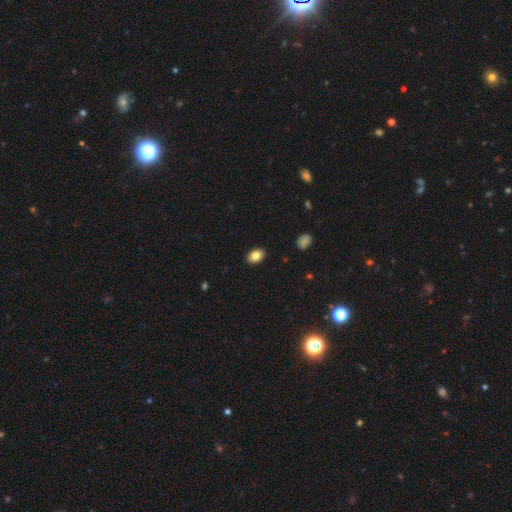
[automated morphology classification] Smooth or featured? smooth (84%)
How rounded? in between (84%)
Merging? none (89%)